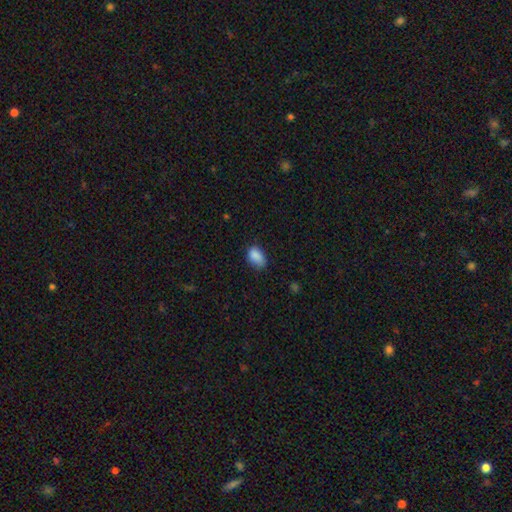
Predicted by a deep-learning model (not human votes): smooth-or-featured: smooth: 87% | star or artifact: 8% | featured or disk: 4%
  how-rounded: in between: 86% | round: 13% | cigar-shaped: 1%
  merging: none: 65% | minor disturbance: 28% | major disturbance: 5% | merger: 1%